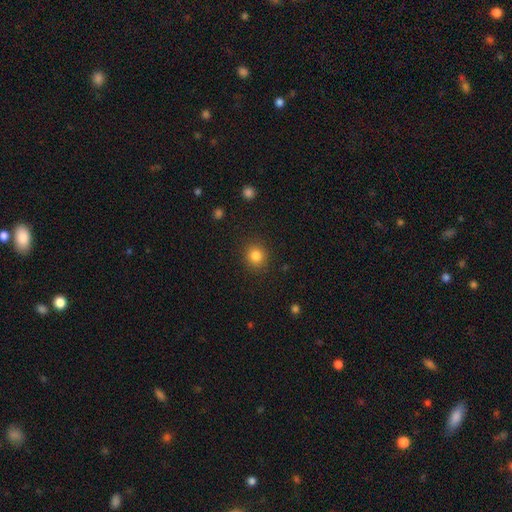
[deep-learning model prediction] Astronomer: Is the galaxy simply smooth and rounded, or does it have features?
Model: smooth — 84%.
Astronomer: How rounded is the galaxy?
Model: round — 88%.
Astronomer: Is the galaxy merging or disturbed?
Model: none — 90%.